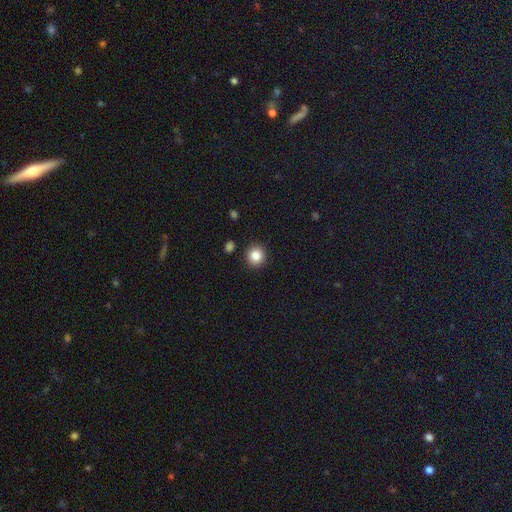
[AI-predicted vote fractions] A smooth galaxy with no disk features (84%) that is round (90%). Merging: none (90%).